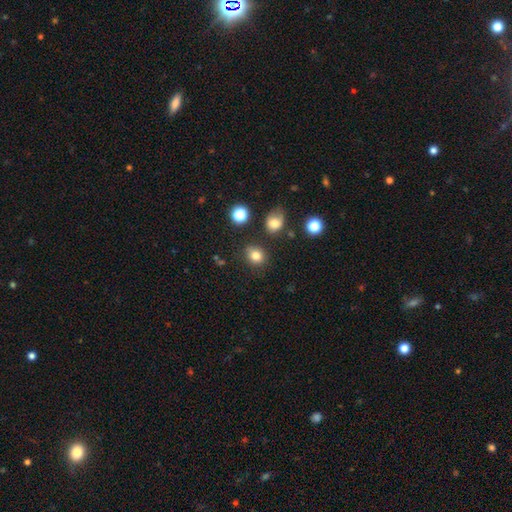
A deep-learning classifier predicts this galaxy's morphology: This is clearly a smooth galaxy (81%). How rounded: likely round (75%). Merging: clearly none (81%).